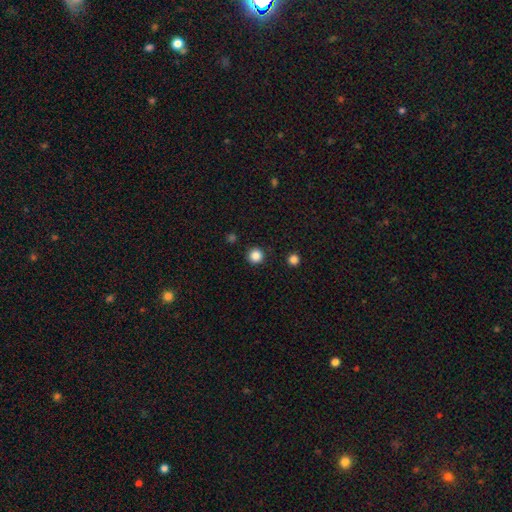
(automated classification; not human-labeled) A smooth galaxy with no disk features (86%) that is round (96%). Merging: none (91%).